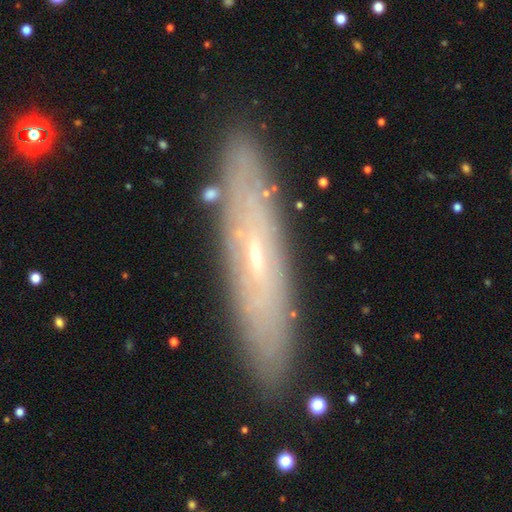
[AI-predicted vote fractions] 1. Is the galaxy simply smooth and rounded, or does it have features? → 66% featured or disk, 25% smooth, 9% star or artifact.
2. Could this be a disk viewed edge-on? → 55% yes, 45% no.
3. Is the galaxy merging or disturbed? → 88% none, 8% minor disturbance, 2% major disturbance, 1% merger.